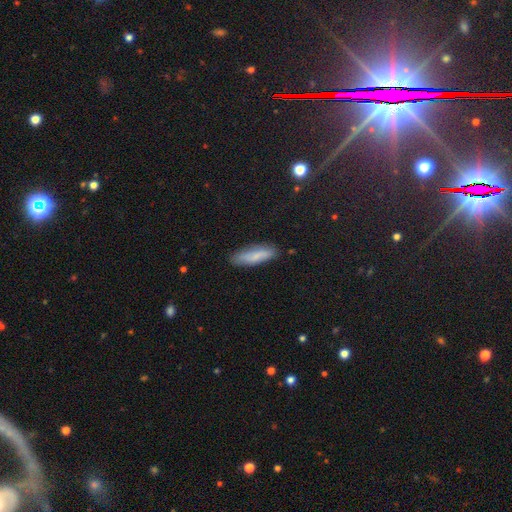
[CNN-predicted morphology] A smooth galaxy with no disk features (76%) that is cigar-shaped (60%). Merging: none (83%).